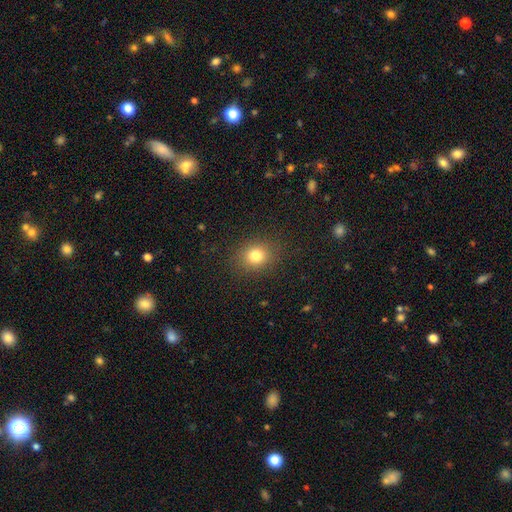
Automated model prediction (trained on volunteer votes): A smooth galaxy with no disk features (80%) that is round (70%).

Vote fractions:
- Smooth or featured? smooth: 80% / star or artifact: 13% / featured or disk: 7%
- How rounded? round: 70% / in between: 29% / cigar-shaped: 1%
- Merging? none: 88% / minor disturbance: 8% / major disturbance: 3% / merger: 1%